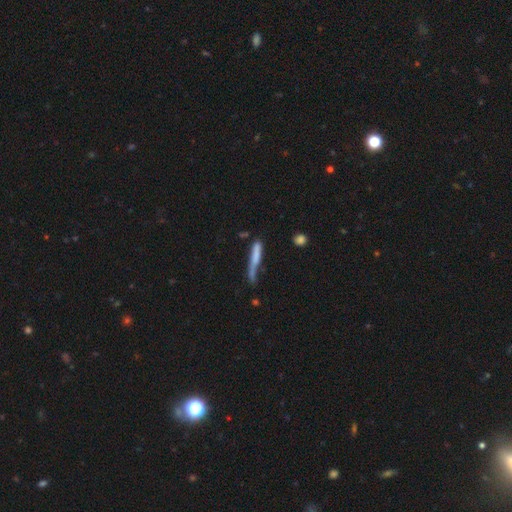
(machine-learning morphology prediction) Q: Smooth or featured?
A: smooth (66%); runner-up: featured or disk (27%)
Q: How rounded?
A: cigar-shaped (90%); runner-up: in between (8%)
Q: Merging?
A: none (39%); runner-up: minor disturbance (30%)